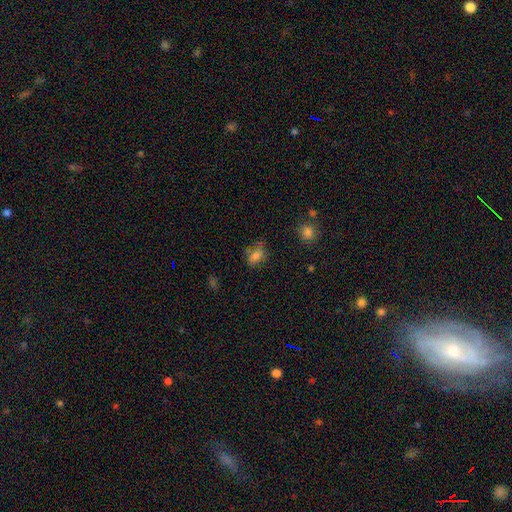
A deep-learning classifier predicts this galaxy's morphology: smooth 75%, star or artifact 13%, featured or disk 12%. Down the decision tree: how rounded — in between (81%); merging — none (60%).